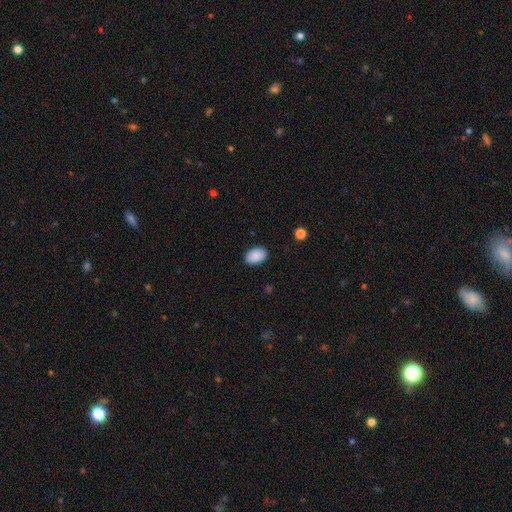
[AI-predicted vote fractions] smooth-or-featured: smooth: 90% | star or artifact: 7% | featured or disk: 3%
  how-rounded: in between: 85% | round: 14% | cigar-shaped: 1%
  merging: none: 88% | minor disturbance: 9% | major disturbance: 2% | merger: 1%